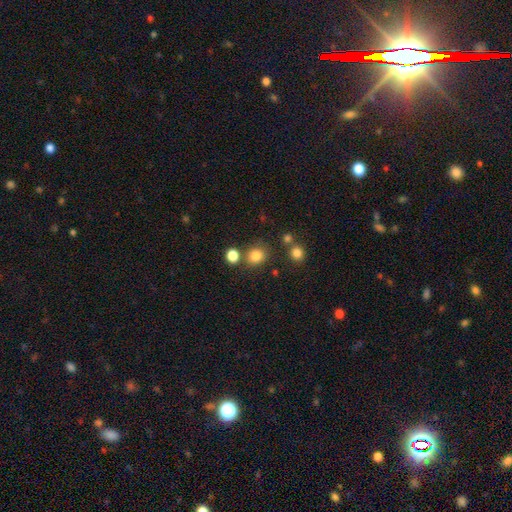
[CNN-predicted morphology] The model was most divided on "how rounded": round: 79%, in between: 20%, cigar-shaped: 1%. More confident: smooth or featured — smooth (81%); merging — none (76%).